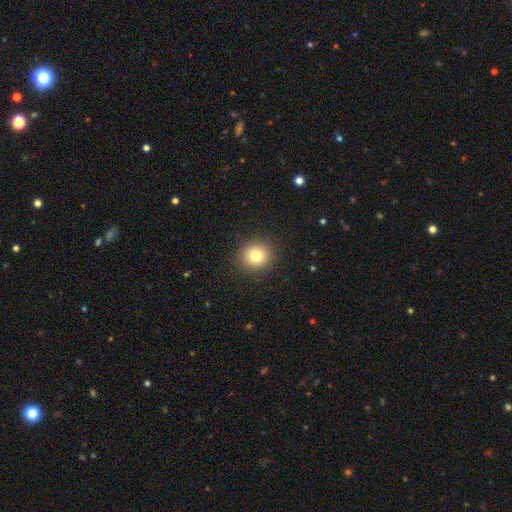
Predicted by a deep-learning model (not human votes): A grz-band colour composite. It shows a smooth galaxy with no disk features (81%) that is round (85%). Merging: none (89%).